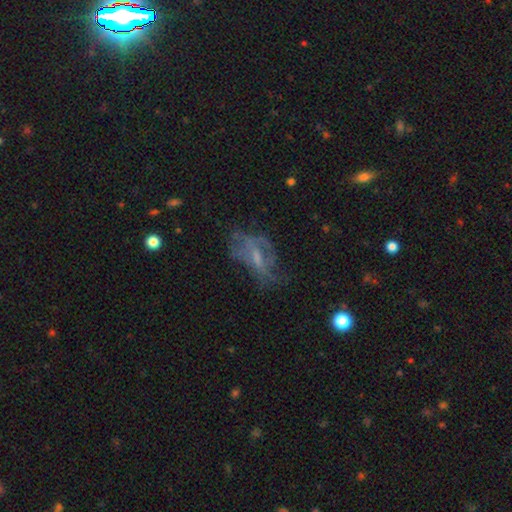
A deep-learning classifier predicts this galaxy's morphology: Smooth or featured?
  - featured or disk: 58% *
  - smooth: 26%
  - star or artifact: 15%
Edge-on disk?
  - no: 93% *
  - yes: 7%
Bar?
  - no: 49% *
  - weak: 39%
  - strong: 11%
Spiral arms?
  - no: 53% *
  - yes: 47%
Bulge size?
  - small: 42% *
  - moderate: 29%
  - none: 25%
  - large: 3%
  - dominant: 1%
Merging?
  - none: 43% *
  - major disturbance: 31%
  - minor disturbance: 22%
  - merger: 3%